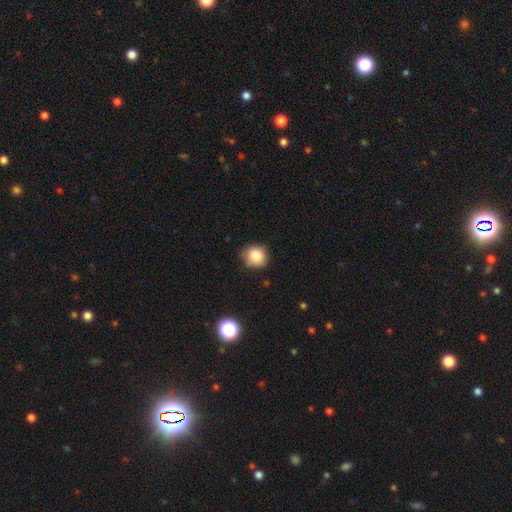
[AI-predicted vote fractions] Smooth or featured? smooth (84%)
How rounded? round (87%)
Merging? none (79%)